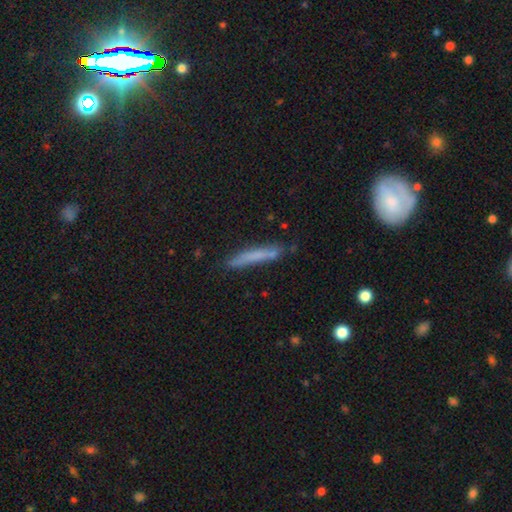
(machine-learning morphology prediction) smooth_or_featured: smooth (p=0.64) [alt: featured or disk p=0.26]
how_rounded: cigar-shaped (p=0.94) [alt: in between p=0.04]
merging: none (p=0.74) [alt: minor disturbance p=0.19]